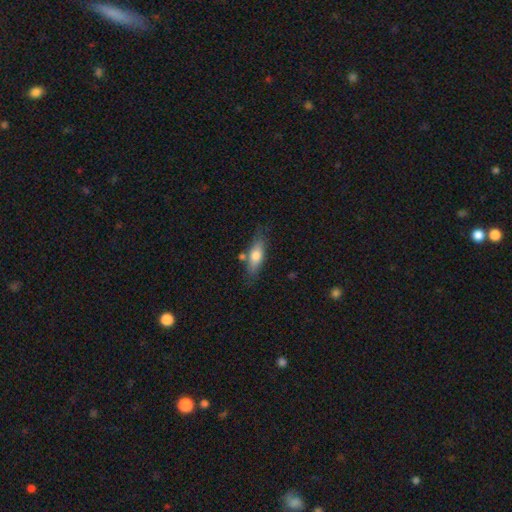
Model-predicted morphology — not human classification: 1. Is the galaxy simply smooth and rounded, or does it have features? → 67% smooth, 27% featured or disk, 7% star or artifact.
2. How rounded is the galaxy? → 58% in between, 39% cigar-shaped, 3% round.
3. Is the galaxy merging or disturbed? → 72% none, 16% minor disturbance, 9% merger, 4% major disturbance.